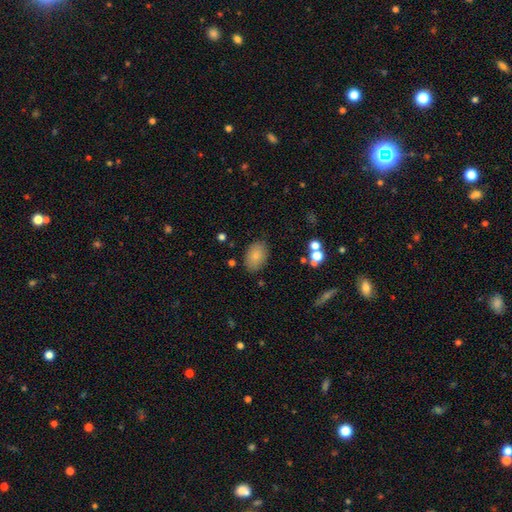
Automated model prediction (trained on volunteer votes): The model was most divided on "how rounded": in between: 84%, round: 15%, cigar-shaped: 1%. More confident: merging — none (84%); smooth or featured — smooth (82%).